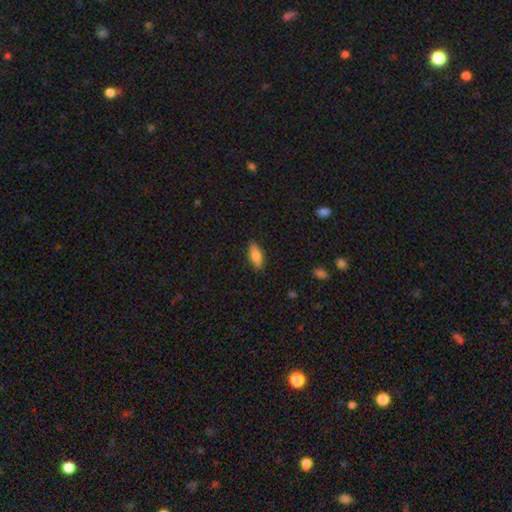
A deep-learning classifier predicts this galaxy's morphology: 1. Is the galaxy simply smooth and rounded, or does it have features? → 80% smooth, 13% featured or disk, 7% star or artifact.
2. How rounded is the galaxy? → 75% in between, 23% cigar-shaped, 2% round.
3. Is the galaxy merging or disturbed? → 87% none, 10% minor disturbance, 2% major disturbance, 1% merger.